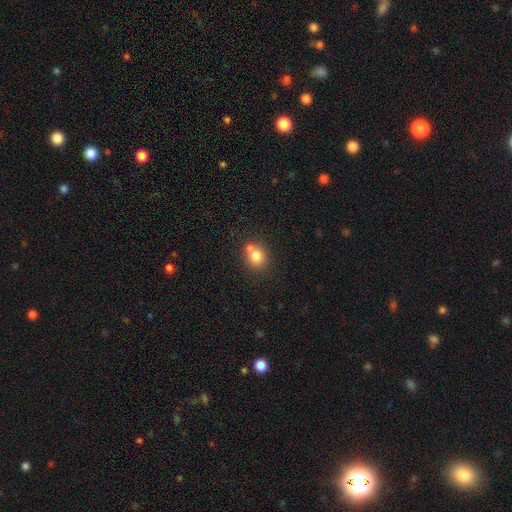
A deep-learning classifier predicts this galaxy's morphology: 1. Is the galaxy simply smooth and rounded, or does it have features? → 78% smooth, 11% featured or disk, 11% star or artifact.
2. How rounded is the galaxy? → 71% round, 28% in between, 1% cigar-shaped.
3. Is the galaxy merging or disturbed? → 53% none, 33% merger, 11% minor disturbance, 3% major disturbance.